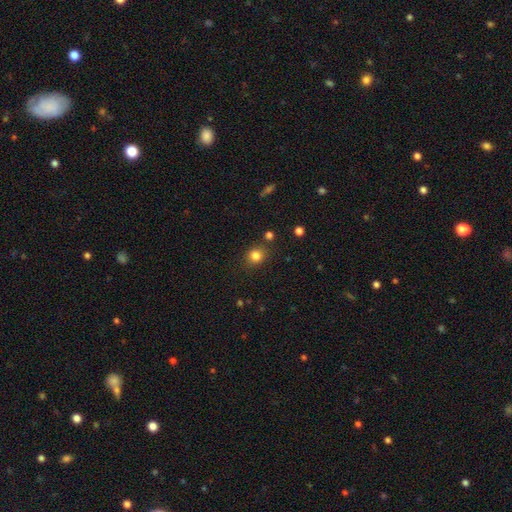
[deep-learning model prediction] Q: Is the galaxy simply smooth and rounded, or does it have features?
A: smooth — 82%.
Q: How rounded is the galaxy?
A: round — 79%.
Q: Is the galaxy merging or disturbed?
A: none — 82%.